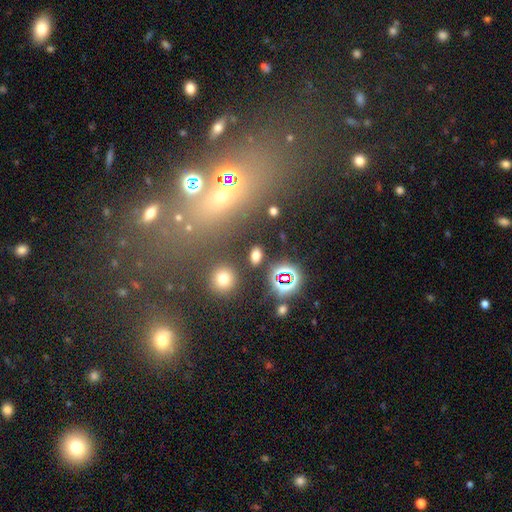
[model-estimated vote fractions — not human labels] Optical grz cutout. It shows a smooth galaxy with no disk features (66%) that is in between round and cigar-shaped (78%). Merging: none (85%).